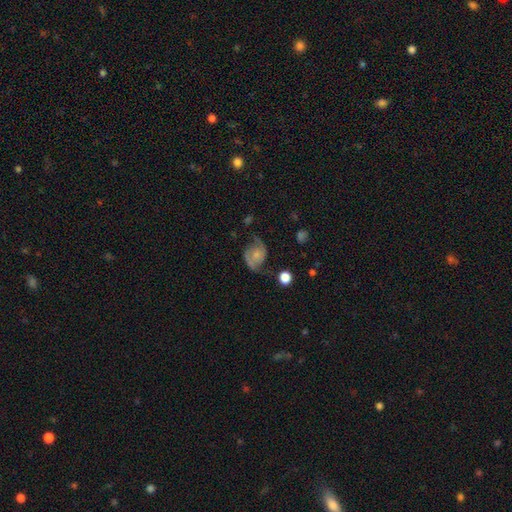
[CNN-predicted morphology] type=featured or disk (73%); edge-on=no (98%); bar=no (71%); spiral arms=yes (92%); winding=medium (48%); arm count=2 (89%); bulge=small (45%); merging=none (60%).